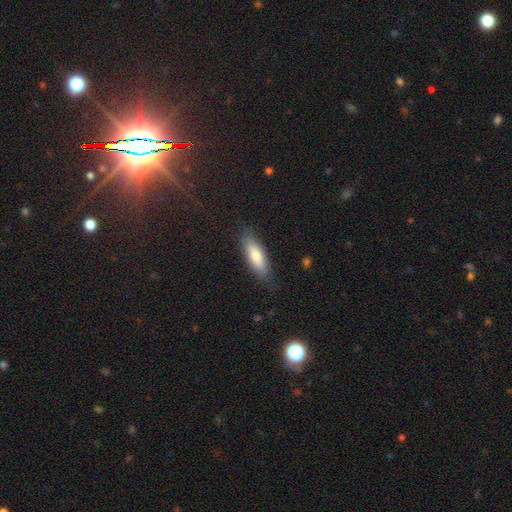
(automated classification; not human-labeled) smooth_or_featured: smooth (p=0.77) [alt: featured or disk p=0.17]
how_rounded: in between (p=0.55) [alt: cigar-shaped p=0.43]
merging: none (p=0.80) [alt: minor disturbance p=0.15]